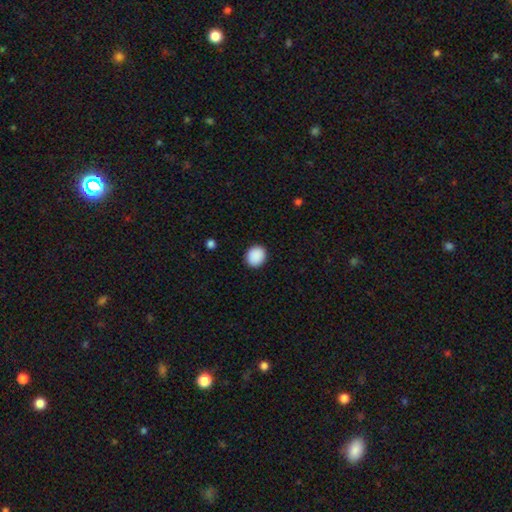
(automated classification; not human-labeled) Morphology: type=smooth (90%); roundness=round (72%); merging=none (91%).